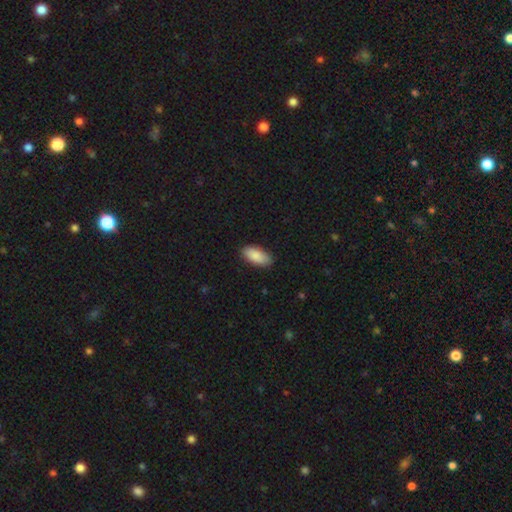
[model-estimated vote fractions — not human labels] This is clearly a smooth galaxy (87%). How rounded: clearly in between (90%). Merging: clearly none (86%).